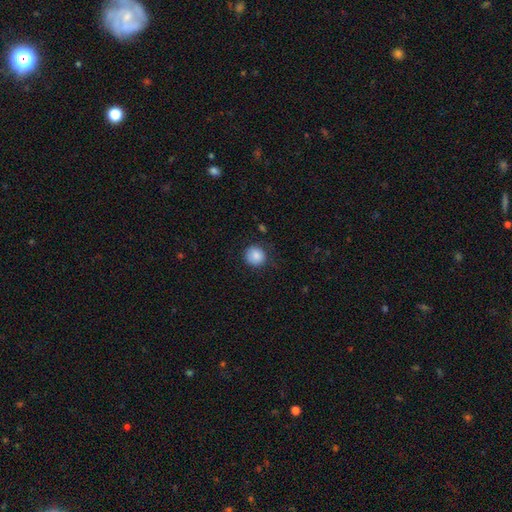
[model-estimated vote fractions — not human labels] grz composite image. It shows a smooth galaxy with no disk features (86%) that is round (89%). Merging: none (75%).